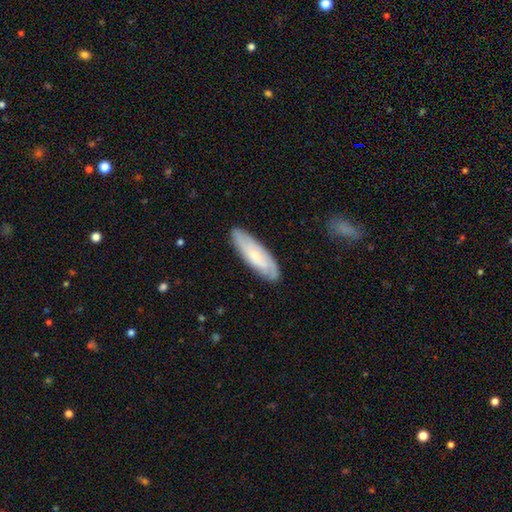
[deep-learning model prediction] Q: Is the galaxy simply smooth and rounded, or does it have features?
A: smooth — 48%.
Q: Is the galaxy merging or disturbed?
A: none — 82%.